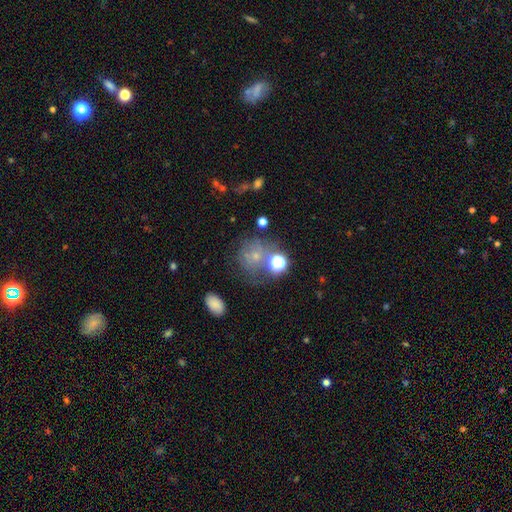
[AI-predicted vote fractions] A smooth galaxy with no disk features (52%) that is round (77%).

Vote fractions:
- Smooth or featured? smooth: 52% / featured or disk: 25% / star or artifact: 23%
- How rounded? round: 77% / in between: 22% / cigar-shaped: 1%
- Merging? none: 52% / minor disturbance: 20% / major disturbance: 15% / merger: 14%